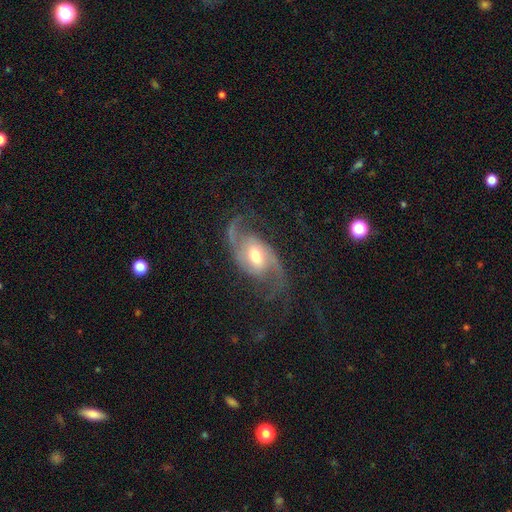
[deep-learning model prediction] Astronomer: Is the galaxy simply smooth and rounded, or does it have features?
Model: featured or disk — 89%.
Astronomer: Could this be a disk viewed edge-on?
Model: no — 96%.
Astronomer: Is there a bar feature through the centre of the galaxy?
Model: weak — 44% (runner-up: no, 39%).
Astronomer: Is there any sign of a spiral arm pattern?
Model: yes — 97%.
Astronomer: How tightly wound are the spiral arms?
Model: medium — 44% (runner-up: loose, 43%).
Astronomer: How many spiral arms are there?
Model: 2 — 91%.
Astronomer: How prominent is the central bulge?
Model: moderate — 70%.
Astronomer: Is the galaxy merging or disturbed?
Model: none — 70%.